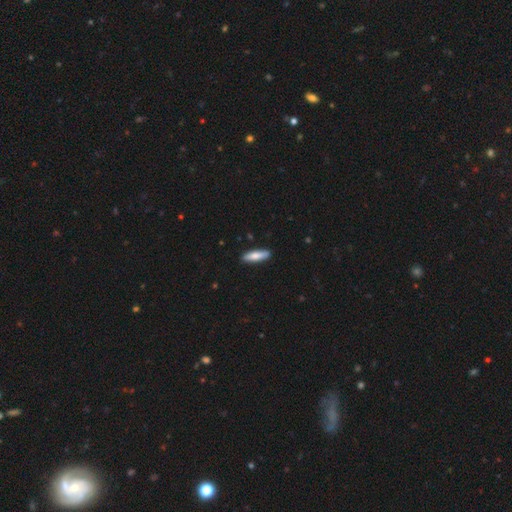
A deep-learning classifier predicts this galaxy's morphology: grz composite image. It shows a smooth galaxy with no disk features (75%) that is cigar-shaped (68%). Merging: none (89%).